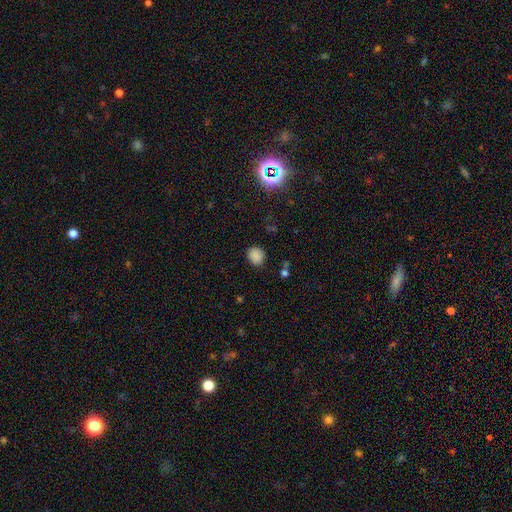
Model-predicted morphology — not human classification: Smooth or featured?
  - smooth: 84% *
  - star or artifact: 12%
  - featured or disk: 4%
How rounded?
  - round: 64% *
  - in between: 35%
  - cigar-shaped: 1%
Merging?
  - none: 82% *
  - minor disturbance: 13%
  - major disturbance: 3%
  - merger: 2%